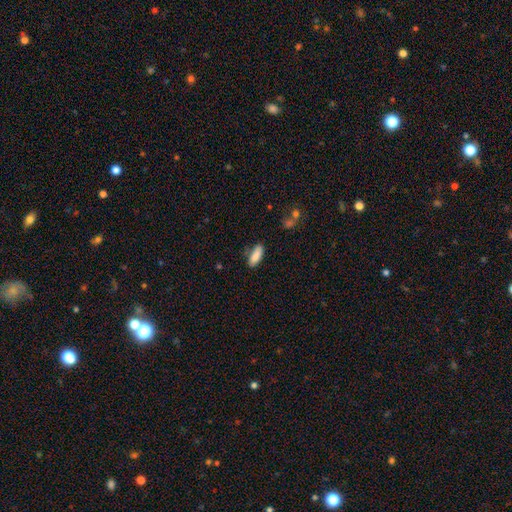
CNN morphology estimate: Overall: smooth (87%). How rounded: in between (72%). Merging: none (72%).